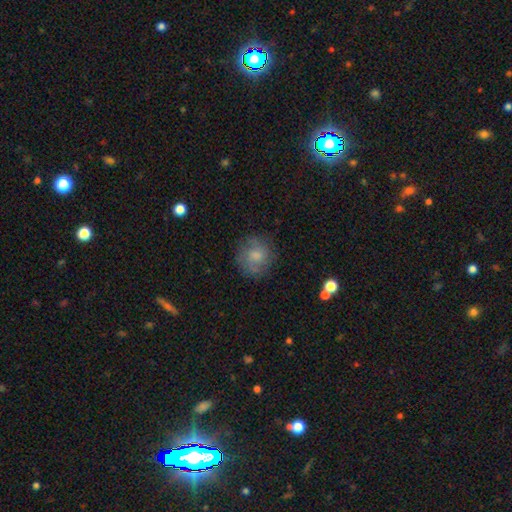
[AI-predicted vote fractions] Morphology: type=smooth (64%); roundness=round (85%); merging=none (76%).